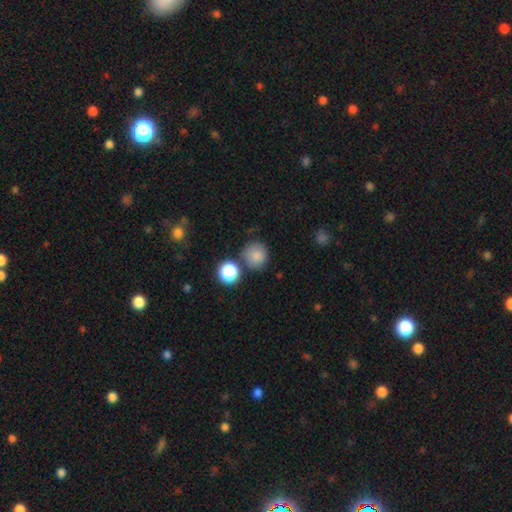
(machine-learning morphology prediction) This appears to be a smooth galaxy with no disk features (81%) that is round (92%). Merging: none (73%).